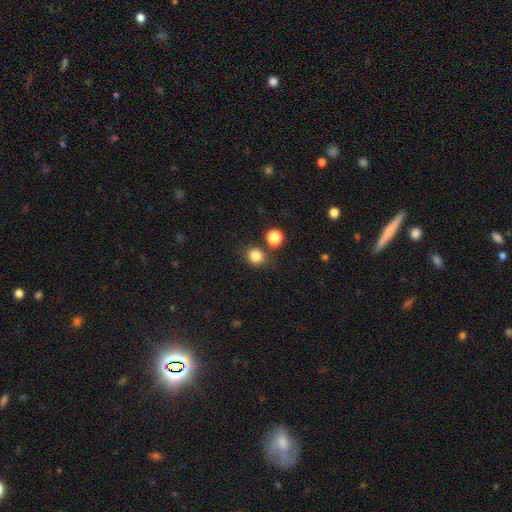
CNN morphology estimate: A smooth galaxy with no disk features (83%) that is round (81%).

Vote fractions:
- Smooth or featured? smooth: 83% / star or artifact: 12% / featured or disk: 5%
- How rounded? round: 81% / in between: 18% / cigar-shaped: 1%
- Merging? none: 79% / minor disturbance: 9% / merger: 9% / major disturbance: 3%